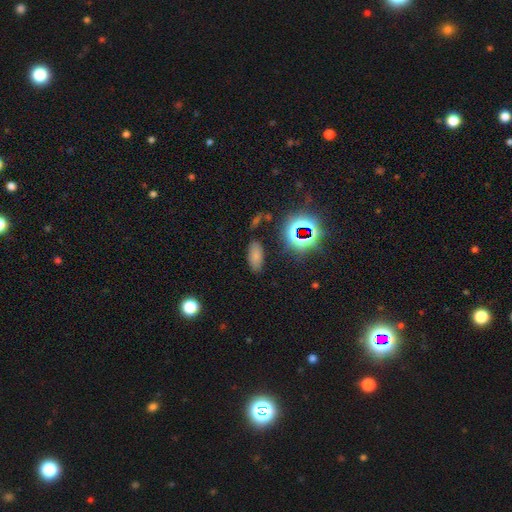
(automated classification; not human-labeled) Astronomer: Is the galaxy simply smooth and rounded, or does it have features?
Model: smooth — 70%.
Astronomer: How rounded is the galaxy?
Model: in between — 88%.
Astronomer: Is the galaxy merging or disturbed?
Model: none — 82%.